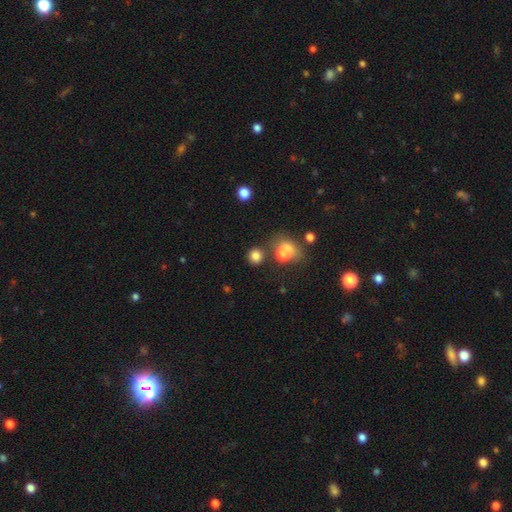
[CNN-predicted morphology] This is likely a smooth galaxy (79%). How rounded: clearly round (85%). Merging: likely none (71%).